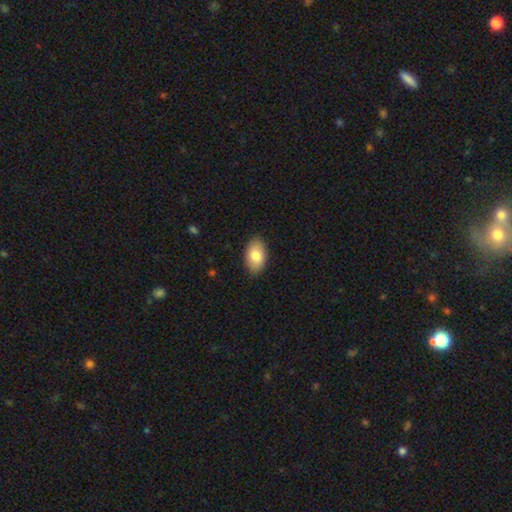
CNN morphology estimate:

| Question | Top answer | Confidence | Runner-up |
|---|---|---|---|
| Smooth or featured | smooth | 81% | featured or disk (12%) |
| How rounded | in between | 93% | round (6%) |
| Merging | none | 87% | minor disturbance (10%) |